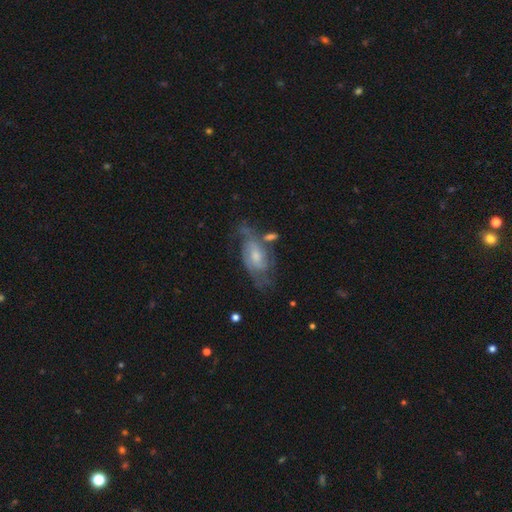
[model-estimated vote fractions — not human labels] featured or disk 76%, smooth 17%, star or artifact 7%. Down the decision tree: edge-on disk — no (93%); bar — no (55%); spiral arms — yes (88%); spiral arm count — 2 (48%); spiral winding — medium (45%); bulge size — moderate (46%); merging — none (52%).